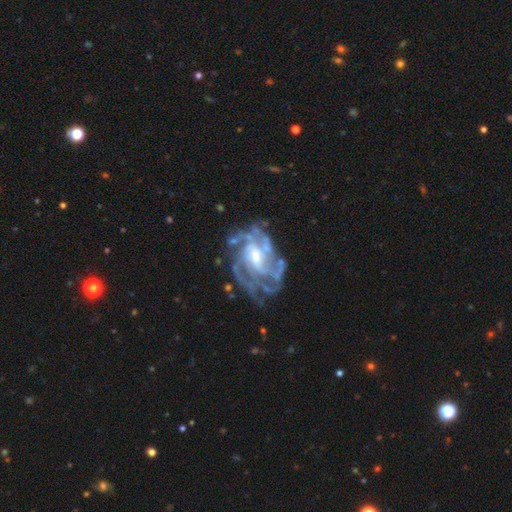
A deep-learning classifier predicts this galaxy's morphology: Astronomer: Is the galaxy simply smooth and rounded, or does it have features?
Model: featured or disk — 89%.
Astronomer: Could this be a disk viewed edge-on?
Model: no — 97%.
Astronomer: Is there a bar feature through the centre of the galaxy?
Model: weak — 46% (runner-up: no, 38%).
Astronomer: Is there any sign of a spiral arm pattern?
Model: yes — 95%.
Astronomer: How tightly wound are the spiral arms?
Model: tight — 51% (runner-up: medium, 39%).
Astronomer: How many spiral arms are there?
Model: can't tell — 28% (runner-up: 4, 24%).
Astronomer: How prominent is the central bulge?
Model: moderate — 53% (runner-up: small, 28%).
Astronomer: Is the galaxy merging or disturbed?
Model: none — 59%.